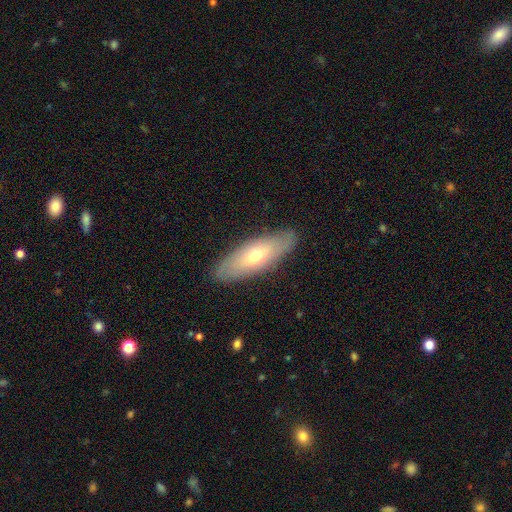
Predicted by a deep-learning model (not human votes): Overall: smooth (54%; featured or disk 40%). How rounded: in between (61%; cigar-shaped 36%). Merging: none (87%).